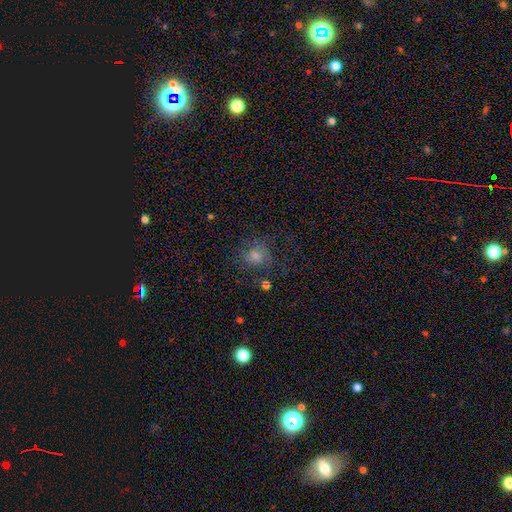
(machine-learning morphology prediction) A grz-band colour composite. It shows a smooth galaxy with no disk features (51%) that is round (77%). Merging: none (67%).